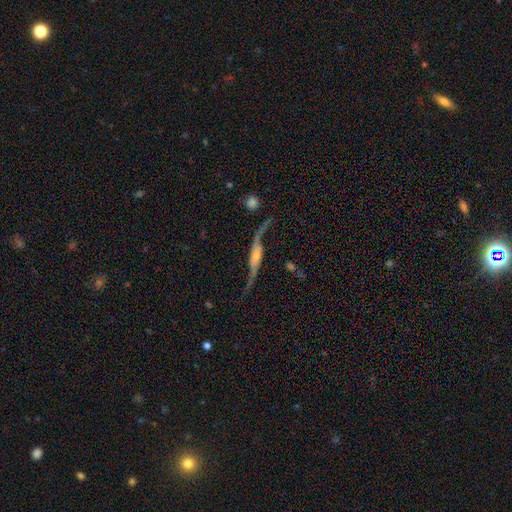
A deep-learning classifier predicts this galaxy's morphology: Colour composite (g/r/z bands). It shows a featured or disk galaxy (84%) with no bar (46%), 2 (93%) loose (92%) spiral arms (93%) and a small central bulge (35%). Merging: none (63%).